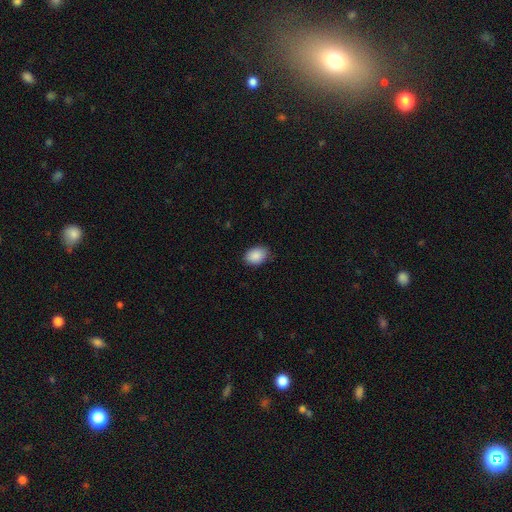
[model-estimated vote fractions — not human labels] Q: Smooth or featured?
A: smooth (90%); runner-up: star or artifact (7%)
Q: How rounded?
A: in between (80%); runner-up: round (19%)
Q: Merging?
A: none (81%); runner-up: minor disturbance (15%)